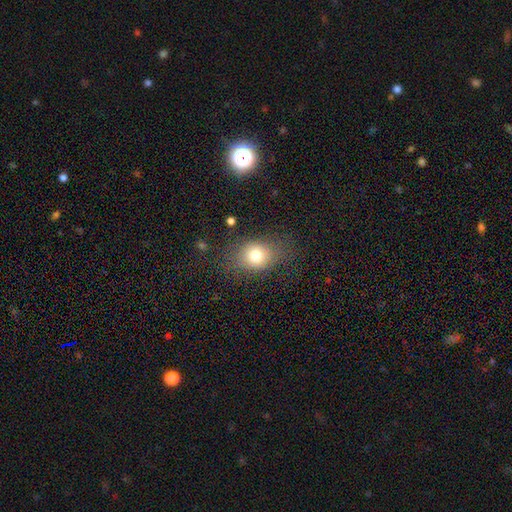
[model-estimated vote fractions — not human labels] Smooth or featured: smooth — 76% (featured or disk — 12%)
How rounded: in between — 51% (round — 48%)
Merging: none — 70% (minor disturbance — 18%)